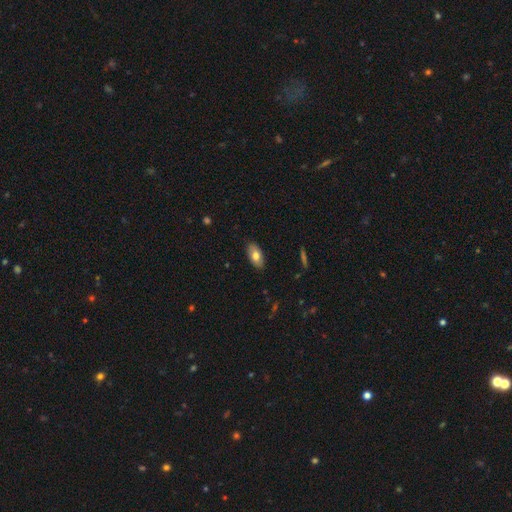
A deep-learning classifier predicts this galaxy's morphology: smooth_or_featured: smooth (p=0.74) [alt: featured or disk p=0.20]
how_rounded: in between (p=0.92) [alt: cigar-shaped p=0.05]
merging: none (p=0.87) [alt: minor disturbance p=0.10]